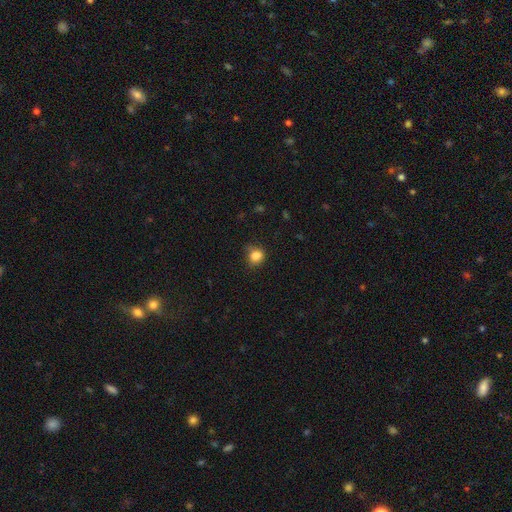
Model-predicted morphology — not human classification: A smooth galaxy with no disk features (83%) that is round (67%).

Vote fractions:
- Smooth or featured? smooth: 83% / star or artifact: 11% / featured or disk: 5%
- How rounded? round: 67% / in between: 32% / cigar-shaped: 1%
- Merging? none: 59% / minor disturbance: 30% / major disturbance: 9% / merger: 3%